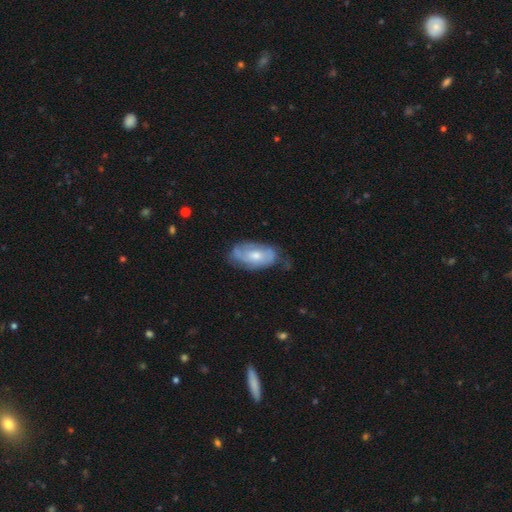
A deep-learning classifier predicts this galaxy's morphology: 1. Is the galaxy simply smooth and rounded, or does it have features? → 59% featured or disk, 35% smooth, 6% star or artifact.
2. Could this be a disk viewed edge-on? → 92% no, 8% yes.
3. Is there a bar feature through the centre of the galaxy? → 69% no, 26% weak, 5% strong.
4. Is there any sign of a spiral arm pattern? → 75% yes, 25% no.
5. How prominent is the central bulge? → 58% moderate, 33% small, 5% large, 2% none, 1% dominant.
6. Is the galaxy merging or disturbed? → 57% none, 30% minor disturbance, 11% major disturbance, 2% merger.